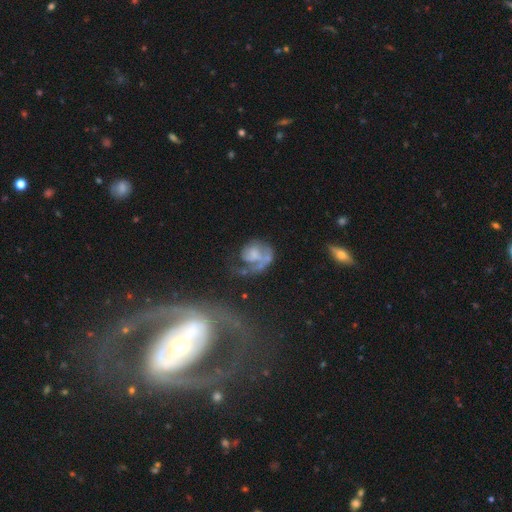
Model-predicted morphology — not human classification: featured or disk 66%, smooth 25%, star or artifact 9%. Down the decision tree: edge-on disk — no (98%); bar — no (75%); spiral arms — yes (76%); bulge size — none (39%); merging — major disturbance (37%).